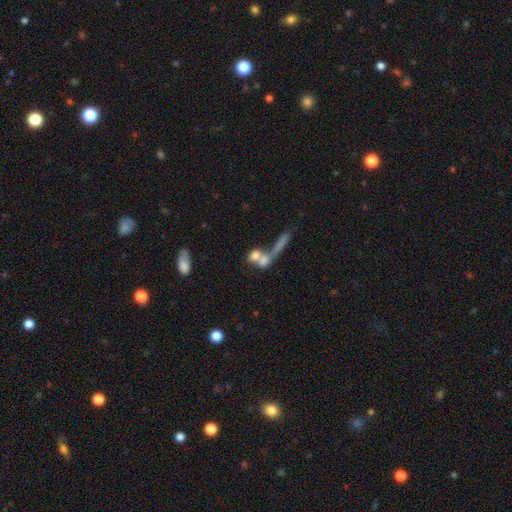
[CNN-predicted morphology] Q: Smooth or featured?
A: smooth (67%); runner-up: featured or disk (23%)
Q: How rounded?
A: in between (56%); runner-up: round (30%)
Q: Merging?
A: merger (63%); runner-up: none (22%)